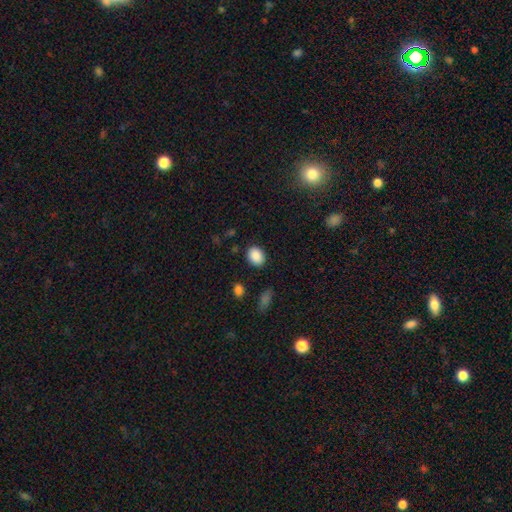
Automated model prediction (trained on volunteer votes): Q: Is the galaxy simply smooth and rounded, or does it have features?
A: smooth — 89%.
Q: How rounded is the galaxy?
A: in between — 61%.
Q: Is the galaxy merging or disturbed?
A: none — 86%.